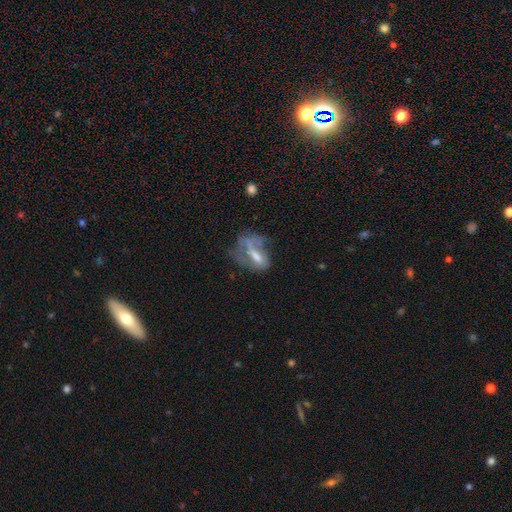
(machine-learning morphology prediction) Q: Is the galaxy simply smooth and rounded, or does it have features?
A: featured or disk — 58%.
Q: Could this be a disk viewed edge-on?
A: no — 92%.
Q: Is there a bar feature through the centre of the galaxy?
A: no — 42%.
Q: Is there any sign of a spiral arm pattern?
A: no — 57%.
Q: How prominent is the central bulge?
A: moderate — 38%.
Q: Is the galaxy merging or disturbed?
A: major disturbance — 39%.